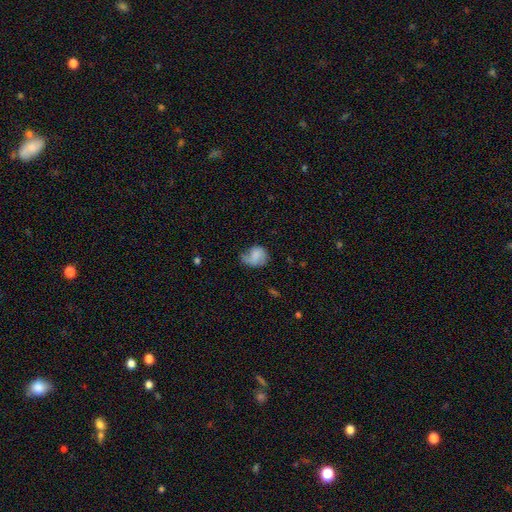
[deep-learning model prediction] This is likely a smooth galaxy (62%). How rounded: possibly round (51%). Merging: marginally minor disturbance (38%).